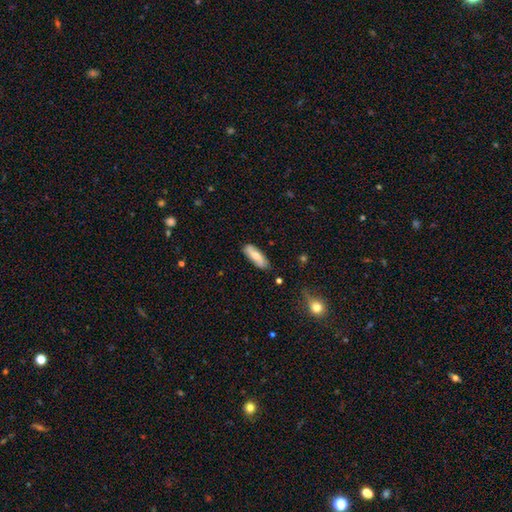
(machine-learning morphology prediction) The model was most divided on "how rounded": in between: 59%, cigar-shaped: 39%, round: 2%. More confident: merging — none (80%); smooth or featured — smooth (63%).